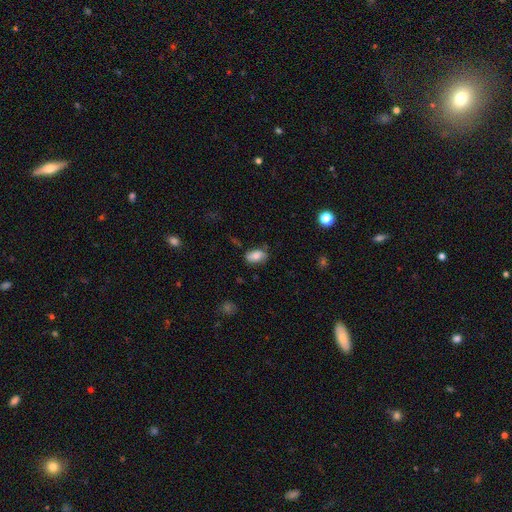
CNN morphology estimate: smooth_or_featured: smooth (p=0.82) [alt: featured or disk p=0.10]
how_rounded: in between (p=0.92) [alt: round p=0.06]
merging: none (p=0.71) [alt: minor disturbance p=0.22]